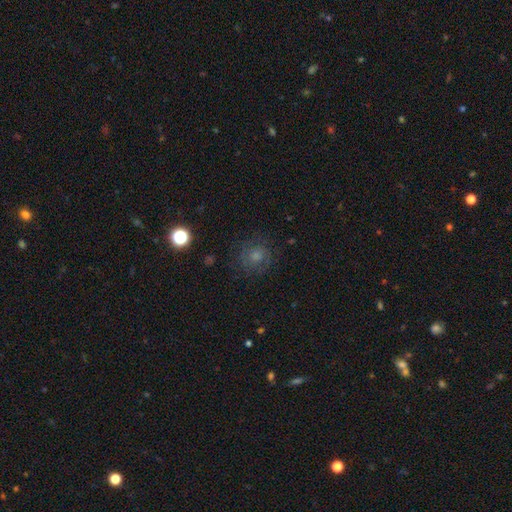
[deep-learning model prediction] smooth_or_featured: smooth (p=0.59) [alt: star or artifact p=0.21]
how_rounded: round (p=0.88) [alt: in between p=0.11]
merging: none (p=0.78) [alt: minor disturbance p=0.13]